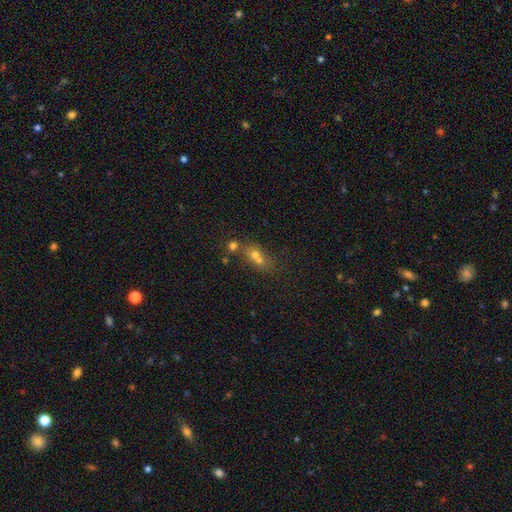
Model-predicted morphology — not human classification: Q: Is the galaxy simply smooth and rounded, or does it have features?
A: smooth — 55%.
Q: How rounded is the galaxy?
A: round — 57%.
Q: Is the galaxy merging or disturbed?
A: merger — 55%.